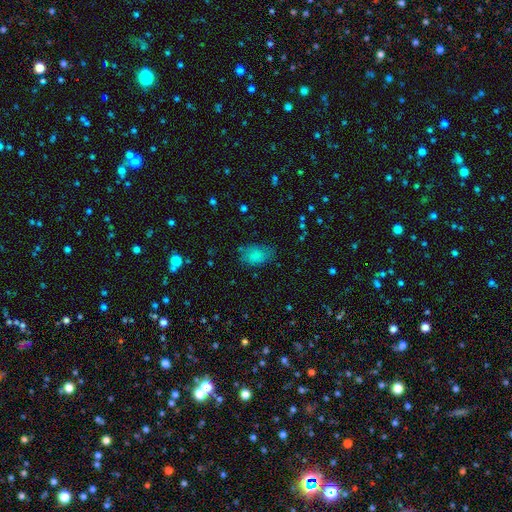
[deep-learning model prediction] smooth 82%, star or artifact 9%, featured or disk 9%. Down the decision tree: how rounded — in between (87%); merging — none (71%).